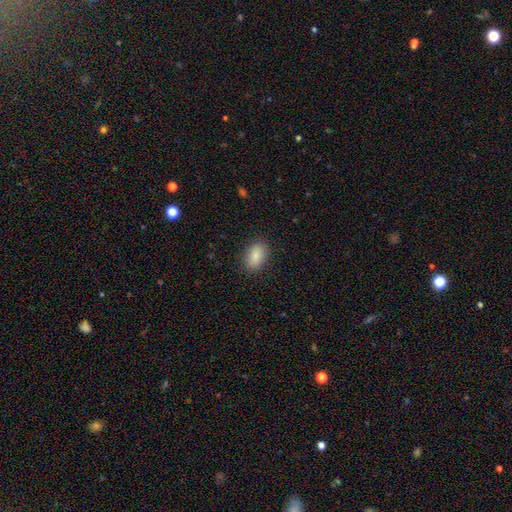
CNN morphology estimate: smooth-or-featured: smooth: 86% | star or artifact: 8% | featured or disk: 6%
  how-rounded: in between: 89% | round: 8% | cigar-shaped: 3%
  merging: none: 87% | minor disturbance: 9% | major disturbance: 3% | merger: 1%